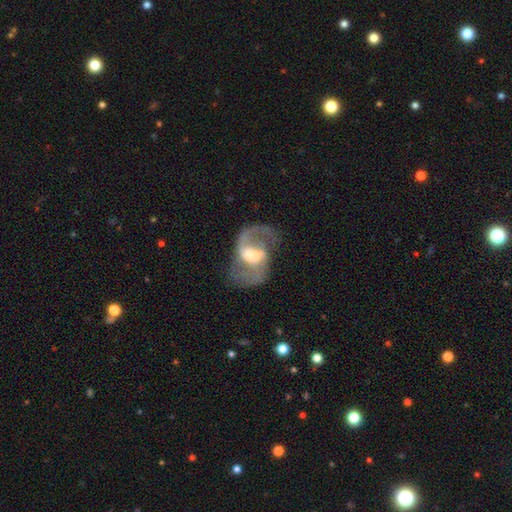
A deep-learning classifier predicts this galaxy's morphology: smooth_or_featured: featured or disk (p=0.84) [alt: smooth p=0.10]
disk_edge_on: no (p=0.98) [alt: yes p=0.02]
bar: weak (p=0.42) [alt: no p=0.40]
has_spiral_arms: yes (p=0.91) [alt: no p=0.09]
spiral_winding: loose (p=0.47) [alt: medium p=0.44]
spiral_arm_count: 2 (p=0.86) [alt: 1 p=0.06]
bulge_size: moderate (p=0.50) [alt: small p=0.36]
merging: none (p=0.43) [alt: merger p=0.29]